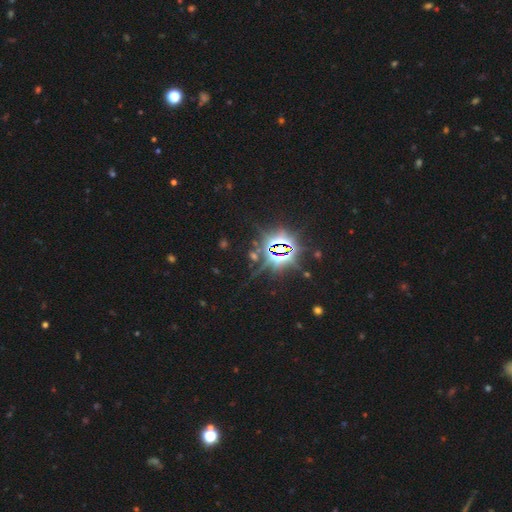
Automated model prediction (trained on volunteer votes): Morphology: type=star or artifact (85%).